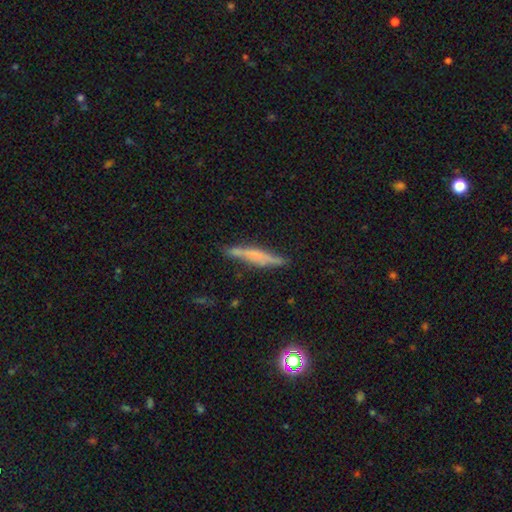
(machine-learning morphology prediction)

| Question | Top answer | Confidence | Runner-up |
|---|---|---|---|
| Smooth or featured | featured or disk | 46% | smooth (45%) |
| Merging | none | 75% | minor disturbance (17%) |